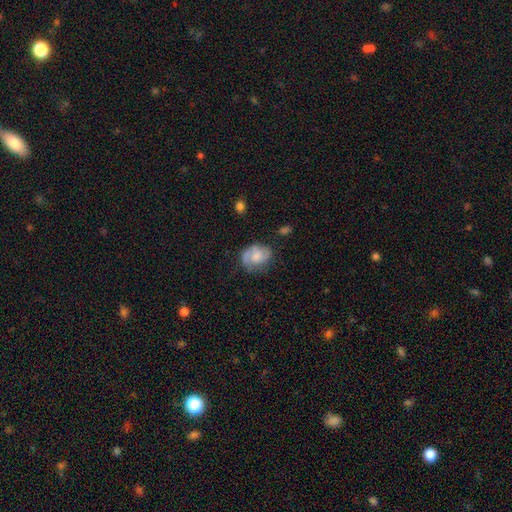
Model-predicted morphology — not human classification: Smooth or featured? smooth (47%)
Merging? none (55%)